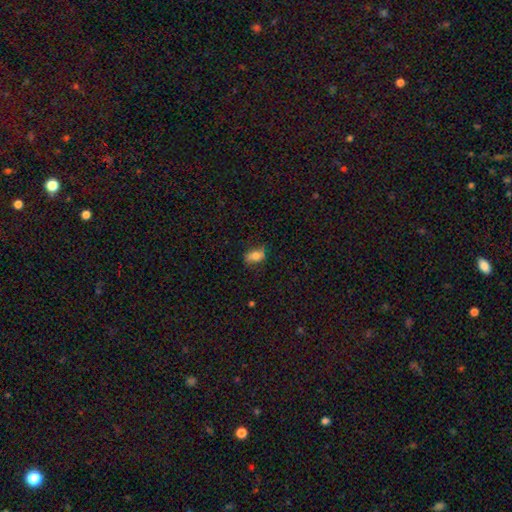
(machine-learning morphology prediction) A smooth galaxy with no disk features (66%) that is in between round and cigar-shaped (84%). Merging: none (67%).